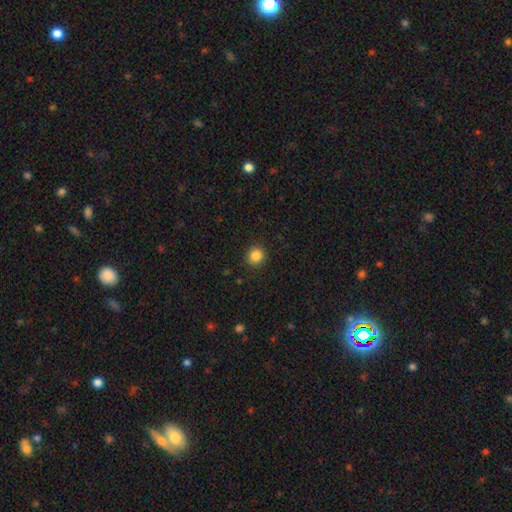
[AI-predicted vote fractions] smooth 85%, star or artifact 11%, featured or disk 4%. Down the decision tree: how rounded — round (90%); merging — none (92%).